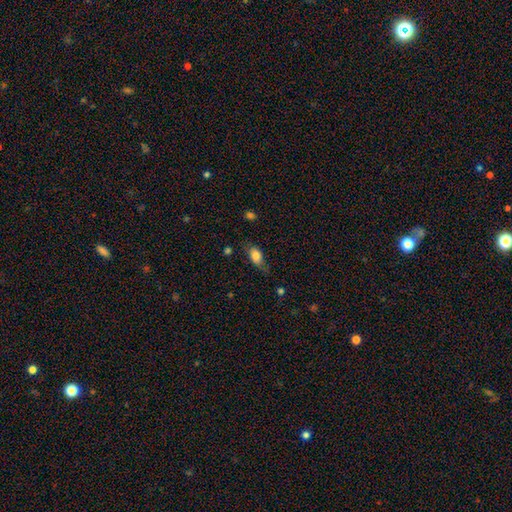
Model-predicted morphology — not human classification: Smooth or featured? smooth (78%)
How rounded? in between (86%)
Merging? none (57%)